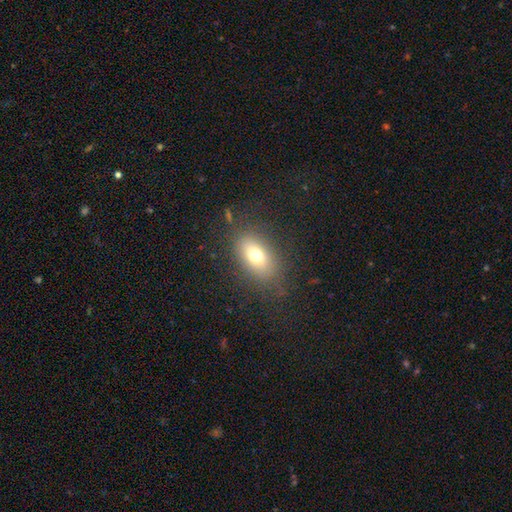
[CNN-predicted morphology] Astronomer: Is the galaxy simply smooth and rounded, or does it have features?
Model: smooth — 70%.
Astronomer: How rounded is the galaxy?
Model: in between — 78%.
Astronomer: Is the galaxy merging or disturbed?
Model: none — 78%.